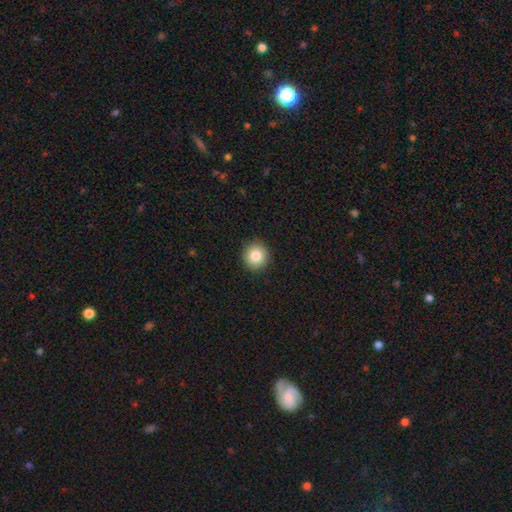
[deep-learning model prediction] A smooth galaxy with no disk features (83%) that is round (92%).

Vote fractions:
- Smooth or featured? smooth: 83% / star or artifact: 10% / featured or disk: 7%
- How rounded? round: 92% / in between: 7% / cigar-shaped: 1%
- Merging? none: 92% / minor disturbance: 5% / major disturbance: 2% / merger: 1%